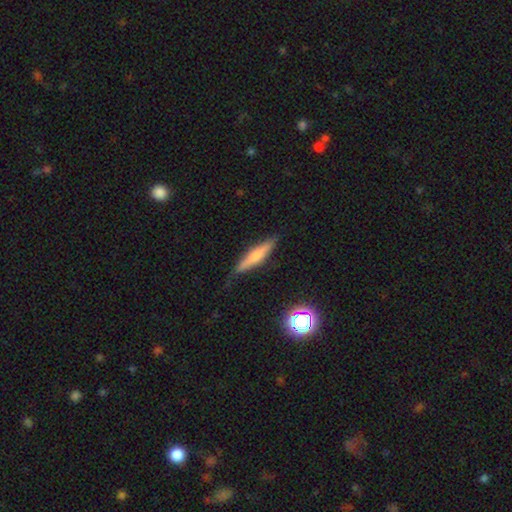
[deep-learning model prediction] Morphology: type=smooth (53%); roundness=cigar-shaped (84%); merging=none (81%).